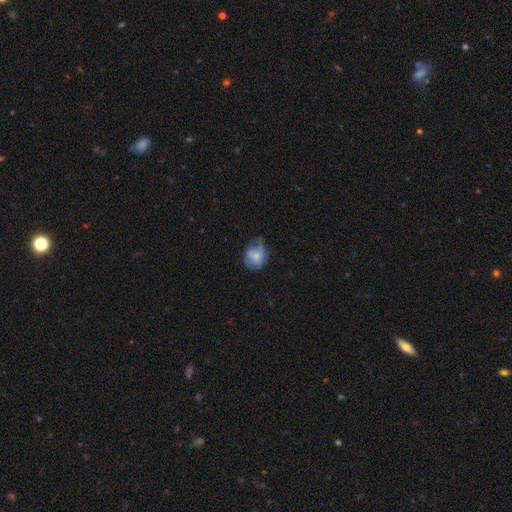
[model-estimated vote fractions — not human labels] This appears to be a smooth galaxy with no disk features (61%) that is round (59%). Merging: none (39%).